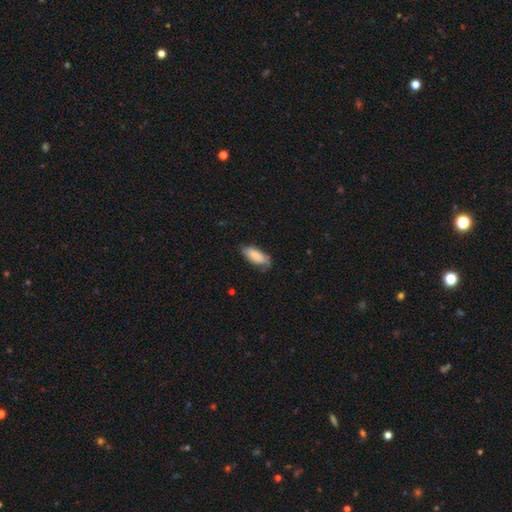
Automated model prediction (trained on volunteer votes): This is clearly a smooth galaxy (81%). How rounded: clearly in between (83%). Merging: possibly none (60%).